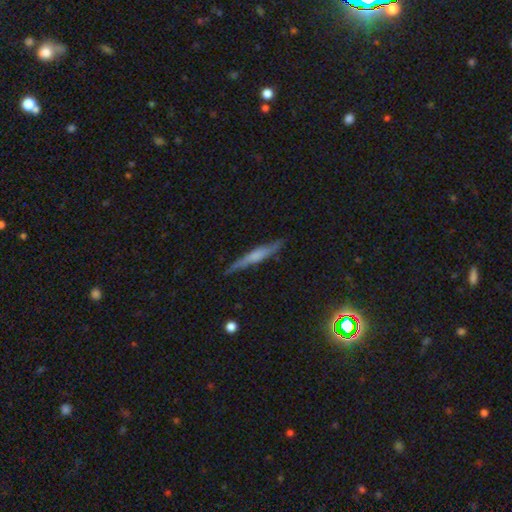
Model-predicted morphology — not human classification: smooth_or_featured: featured or disk (p=0.51) [alt: smooth p=0.41]
disk_edge_on: yes (p=0.94) [alt: no p=0.06]
merging: none (p=0.83) [alt: minor disturbance p=0.13]